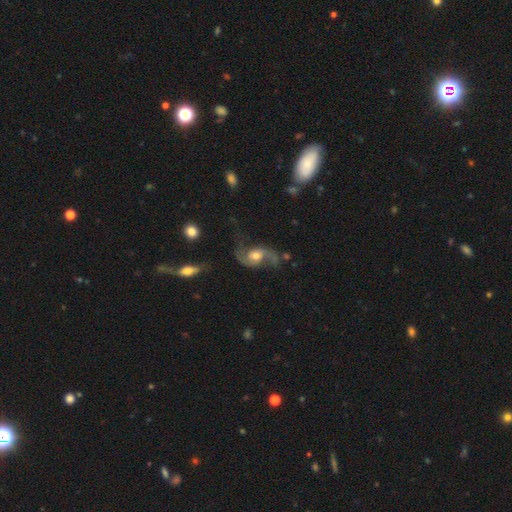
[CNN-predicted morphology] Smooth or featured?
  - featured or disk: 84% *
  - smooth: 9%
  - star or artifact: 6%
Edge-on disk?
  - no: 97% *
  - yes: 3%
Bar?
  - no: 63% *
  - weak: 29%
  - strong: 8%
Spiral arms?
  - yes: 95% *
  - no: 5%
Spiral winding?
  - loose: 72% *
  - medium: 23%
  - tight: 5%
Spiral arm count?
  - 2: 92% *
  - 1: 3%
  - can't tell: 2%
  - 3: 1%
  - 4: 1%
  - more than 4: 1%
Bulge size?
  - moderate: 66% *
  - small: 18%
  - large: 12%
  - none: 2%
  - dominant: 2%
Merging?
  - none: 61% *
  - minor disturbance: 19%
  - major disturbance: 16%
  - merger: 4%